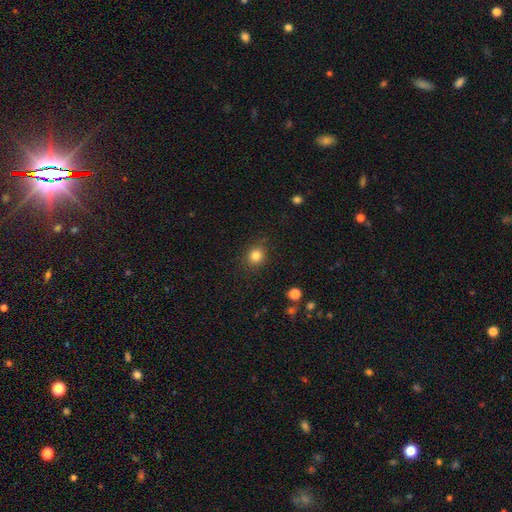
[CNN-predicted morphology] Smooth or featured? smooth (83%)
How rounded? round (77%)
Merging? none (86%)